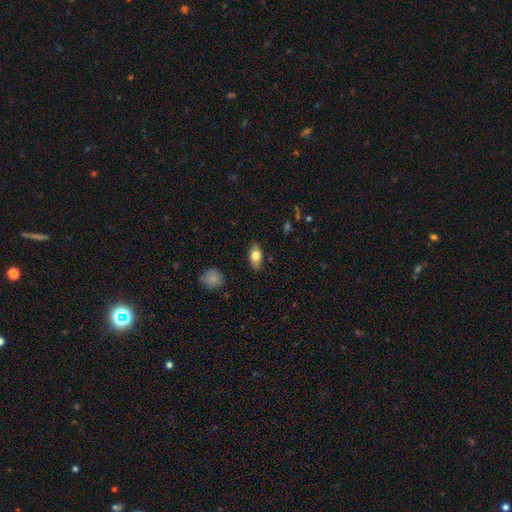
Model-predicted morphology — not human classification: type=smooth (78%); roundness=in between (90%); merging=none (86%).